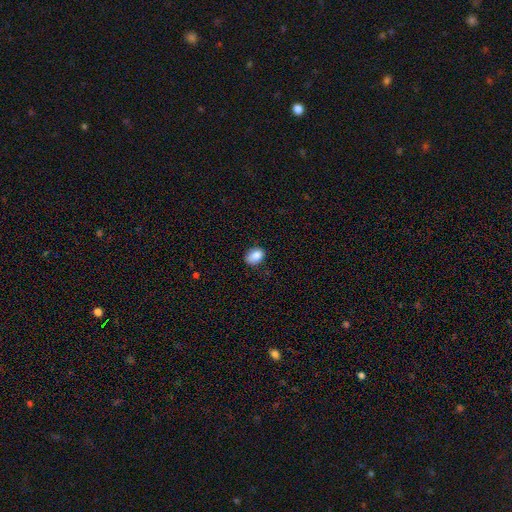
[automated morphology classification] type=smooth (87%); roundness=in between (73%); merging=none (75%).